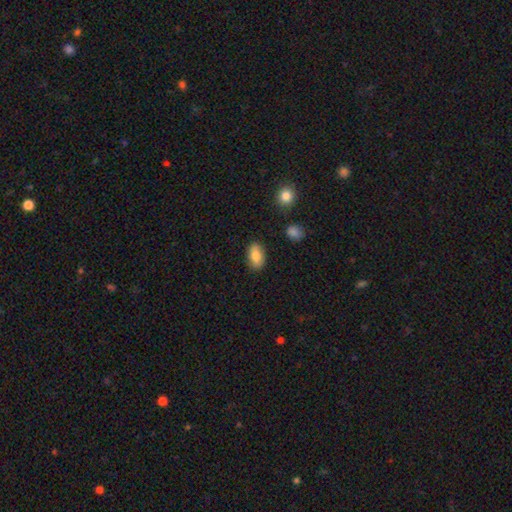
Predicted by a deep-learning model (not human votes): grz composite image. It shows a smooth galaxy with no disk features (82%) that is in between round and cigar-shaped (90%). Merging: none (86%).